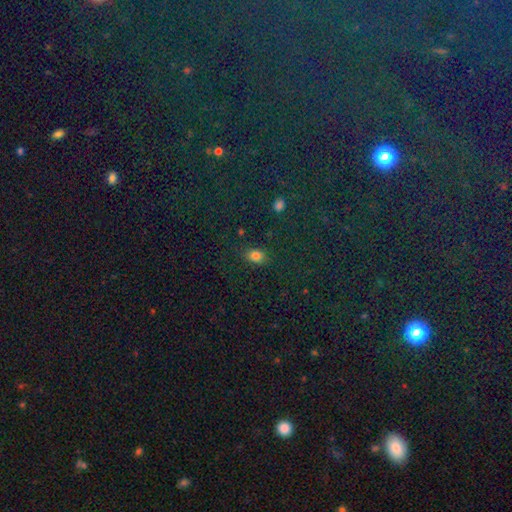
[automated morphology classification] Smooth or featured? smooth (80%)
How rounded? in between (69%)
Merging? none (83%)